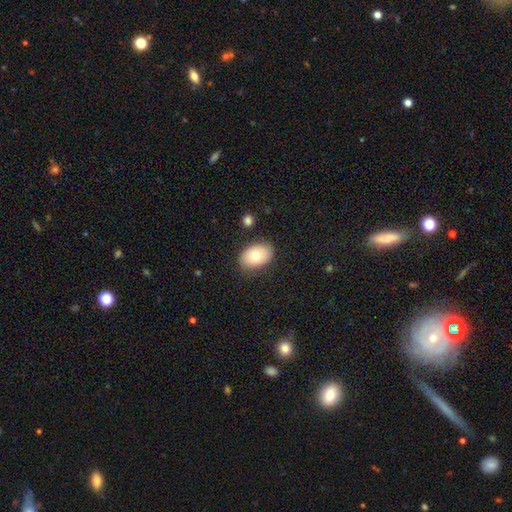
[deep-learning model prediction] Smooth or featured? Predicted: smooth (p=0.73). How rounded? Predicted: in between (p=0.84). Merging? Predicted: none (p=0.83).